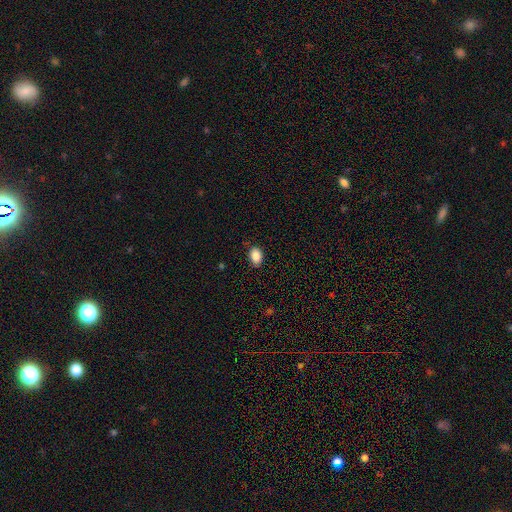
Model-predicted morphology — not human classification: The model was most divided on "how rounded": in between: 82%, round: 17%, cigar-shaped: 1%. More confident: smooth or featured — smooth (88%); merging — none (84%).